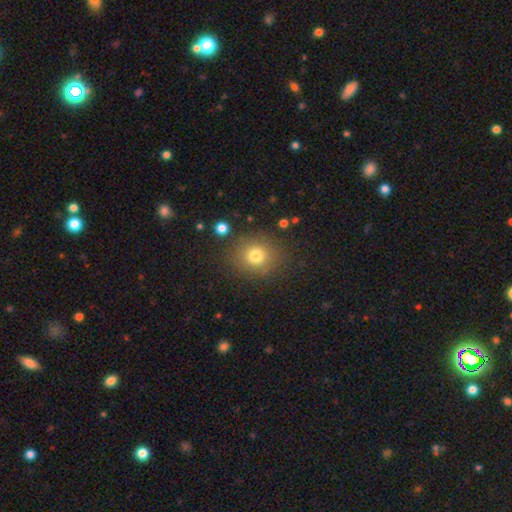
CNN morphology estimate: Q: Smooth or featured?
A: smooth (75%); runner-up: star or artifact (15%)
Q: How rounded?
A: round (83%); runner-up: in between (16%)
Q: Merging?
A: none (83%); runner-up: minor disturbance (10%)